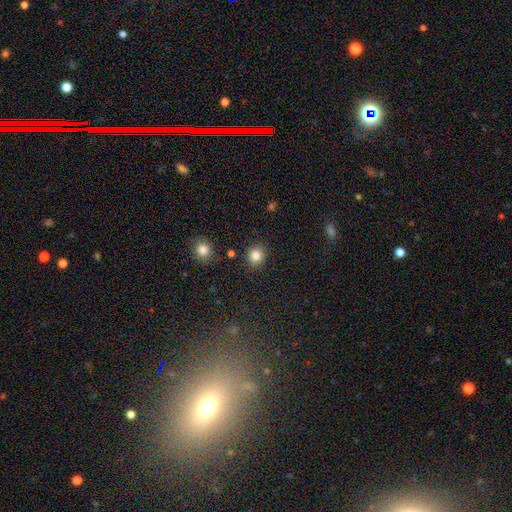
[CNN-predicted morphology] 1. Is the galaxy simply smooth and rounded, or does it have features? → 84% smooth, 11% star or artifact, 5% featured or disk.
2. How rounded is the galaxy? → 88% round, 11% in between, 1% cigar-shaped.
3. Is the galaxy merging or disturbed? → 89% none, 6% minor disturbance, 2% major disturbance, 2% merger.